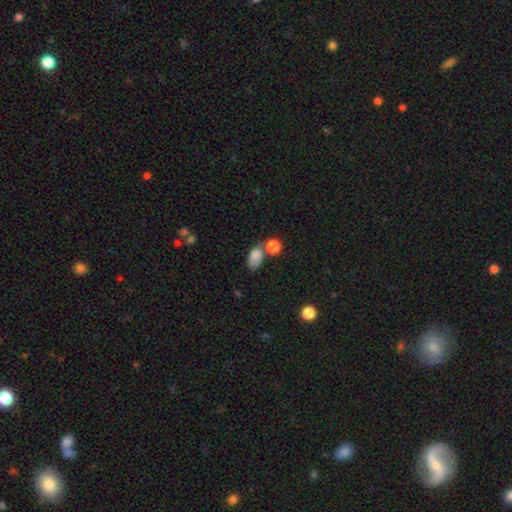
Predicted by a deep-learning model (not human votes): Smooth or featured? smooth (80%)
How rounded? in between (85%)
Merging? none (38%)